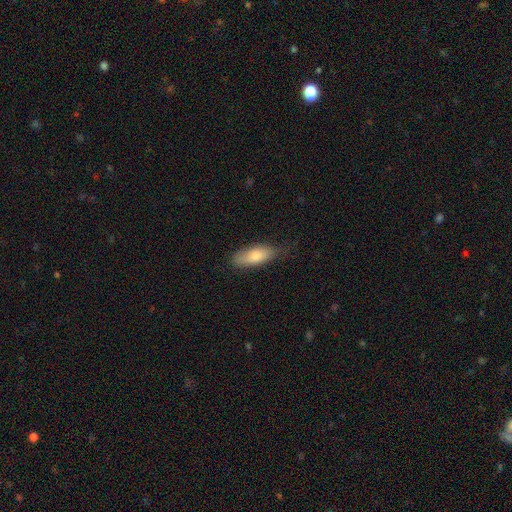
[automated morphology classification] type=smooth (76%); roundness=in between (69%); merging=none (71%).